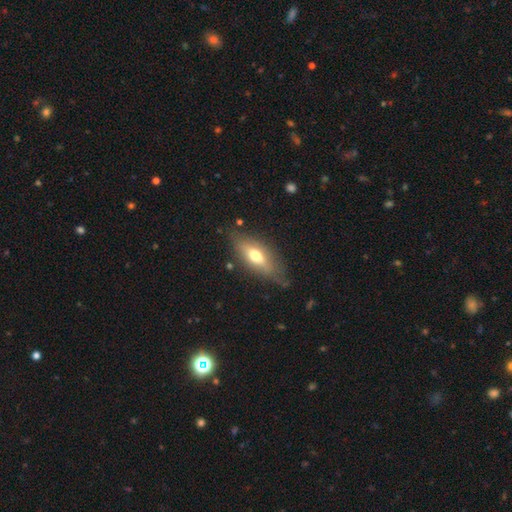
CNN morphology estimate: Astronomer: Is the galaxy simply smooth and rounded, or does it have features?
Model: smooth — 57% (runner-up: featured or disk, 36%).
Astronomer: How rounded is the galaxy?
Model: in between — 69%.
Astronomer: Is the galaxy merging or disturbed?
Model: none — 72%.